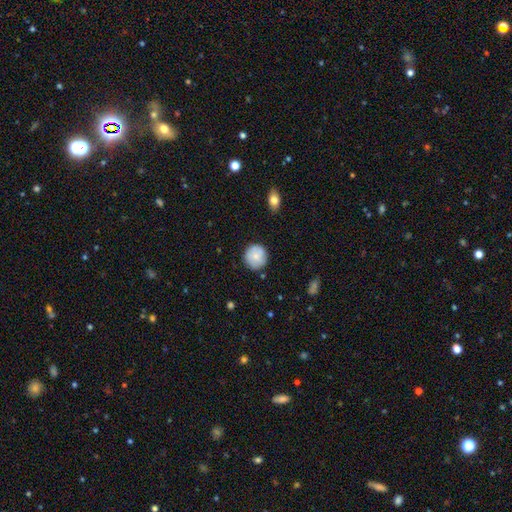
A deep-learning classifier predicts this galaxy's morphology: type=smooth (72%); roundness=round (91%); merging=none (83%).